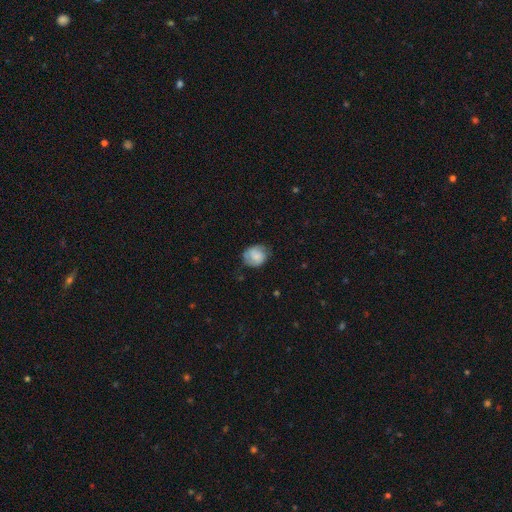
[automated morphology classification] Smooth or featured? smooth (68%)
How rounded? round (68%)
Merging? none (65%)